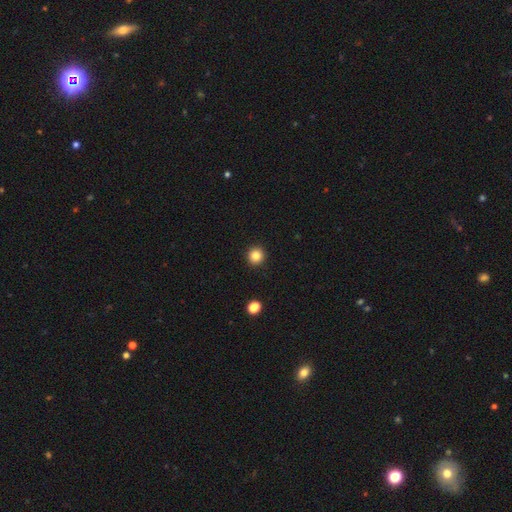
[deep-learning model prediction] smooth_or_featured: smooth (p=0.84) [alt: star or artifact p=0.11]
how_rounded: round (p=0.95) [alt: in between p=0.04]
merging: none (p=0.94) [alt: minor disturbance p=0.04]